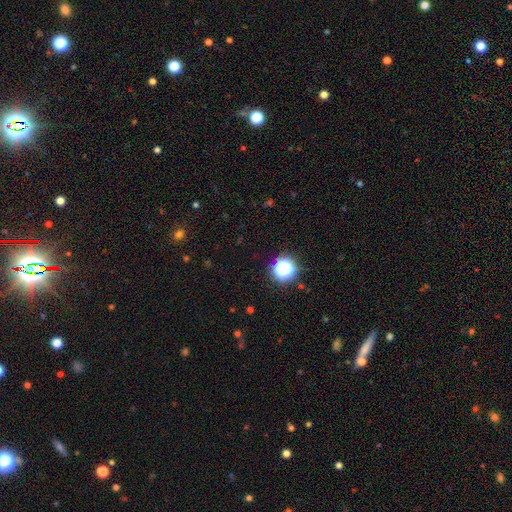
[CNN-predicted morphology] The model was most divided on "smooth or featured": star or artifact: 55%, smooth: 37%, featured or disk: 8%.